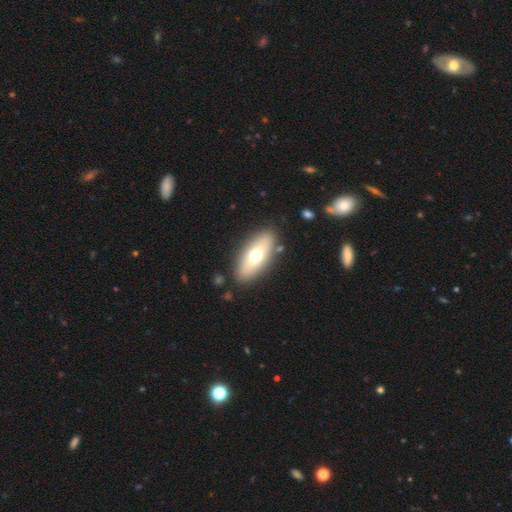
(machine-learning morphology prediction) A smooth galaxy with no disk features (62%) that is in between round and cigar-shaped (75%).

Vote fractions:
- Smooth or featured? smooth: 62% / featured or disk: 31% / star or artifact: 7%
- How rounded? in between: 75% / cigar-shaped: 22% / round: 3%
- Merging? none: 86% / minor disturbance: 9% / major disturbance: 3% / merger: 2%